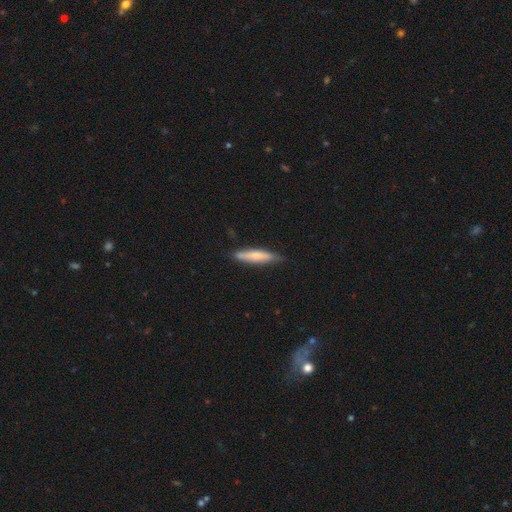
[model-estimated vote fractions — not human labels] Q: Smooth or featured?
A: smooth (66%); runner-up: featured or disk (29%)
Q: How rounded?
A: cigar-shaped (86%); runner-up: in between (13%)
Q: Merging?
A: none (81%); runner-up: minor disturbance (15%)